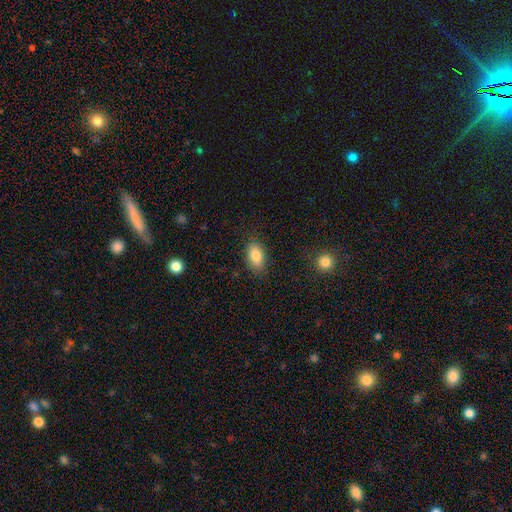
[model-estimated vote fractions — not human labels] A smooth galaxy with no disk features (84%) that is in between round and cigar-shaped (90%). Merging: none (85%).